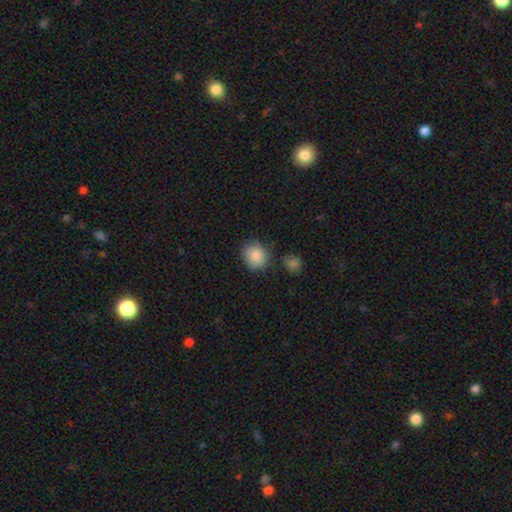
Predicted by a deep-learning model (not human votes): Smooth or featured?
  - smooth: 87% *
  - star or artifact: 8%
  - featured or disk: 5%
How rounded?
  - round: 74% *
  - in between: 25%
  - cigar-shaped: 1%
Merging?
  - none: 75% *
  - minor disturbance: 15%
  - merger: 6%
  - major disturbance: 4%